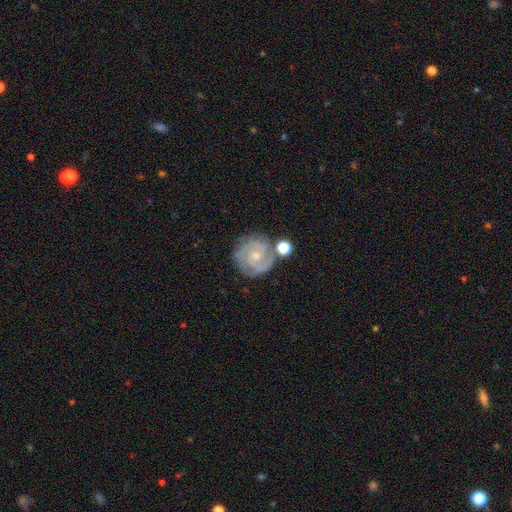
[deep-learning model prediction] A featured or disk galaxy (85%) with no bar (68%), 2 (42%) tight (67%) spiral arms (97%) and a small central bulge (64%).

Vote fractions:
- Smooth or featured? featured or disk: 85% / smooth: 9% / star or artifact: 6%
- Edge-on disk? no: 98% / yes: 2%
- Bar? no: 68% / weak: 27% / strong: 5%
- Spiral arms? yes: 97% / no: 3%
- Spiral winding? tight: 67% / medium: 29% / loose: 4%
- Spiral arm count? 2: 42% / 3: 35% / can't tell: 11% / 4: 6% / 1: 3% / more than 4: 3%
- Bulge size? small: 64% / moderate: 30% / none: 3% / large: 1% / dominant: 1%
- Merging? none: 71% / minor disturbance: 16% / merger: 8% / major disturbance: 5%